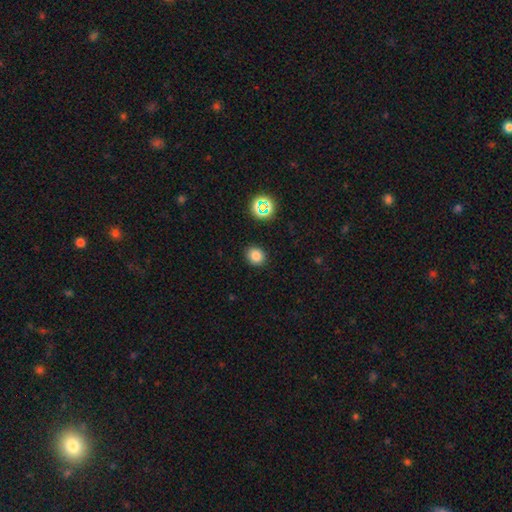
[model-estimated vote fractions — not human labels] smooth-or-featured: smooth: 80% | star or artifact: 15% | featured or disk: 5%
  how-rounded: round: 73% | in between: 26% | cigar-shaped: 1%
  merging: none: 89% | minor disturbance: 7% | major disturbance: 2% | merger: 1%